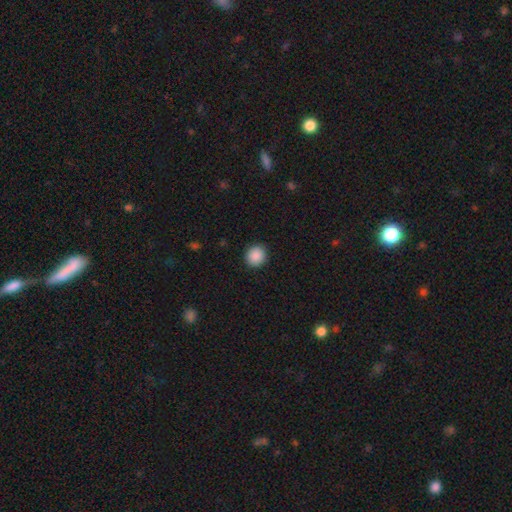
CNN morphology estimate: Smooth or featured: smooth — 89% (star or artifact — 8%)
How rounded: round — 88% (in between — 11%)
Merging: none — 92% (minor disturbance — 5%)